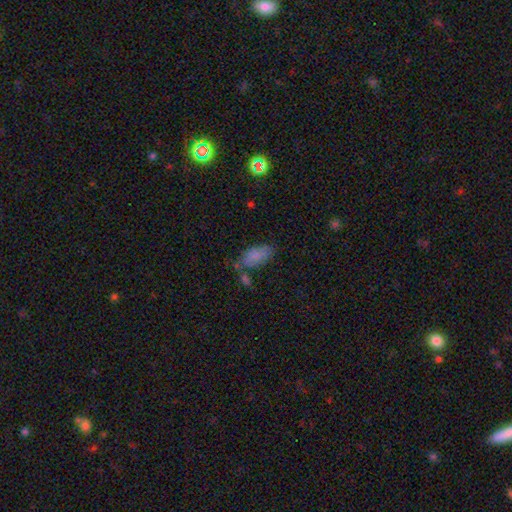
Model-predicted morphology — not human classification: Smooth or featured? smooth (80%)
How rounded? in between (91%)
Merging? none (52%)